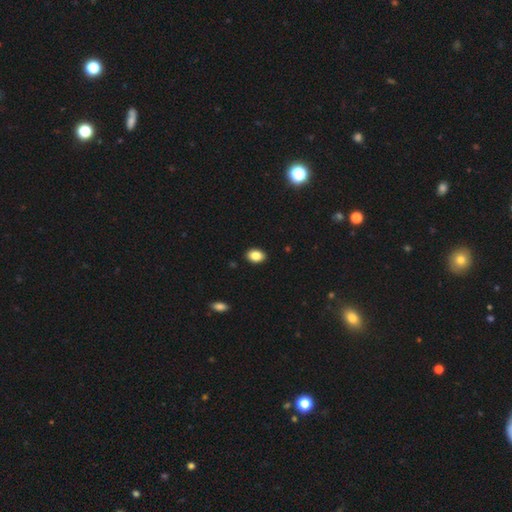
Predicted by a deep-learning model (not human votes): A smooth galaxy with no disk features (87%) that is in between round and cigar-shaped (75%). Merging: none (90%).